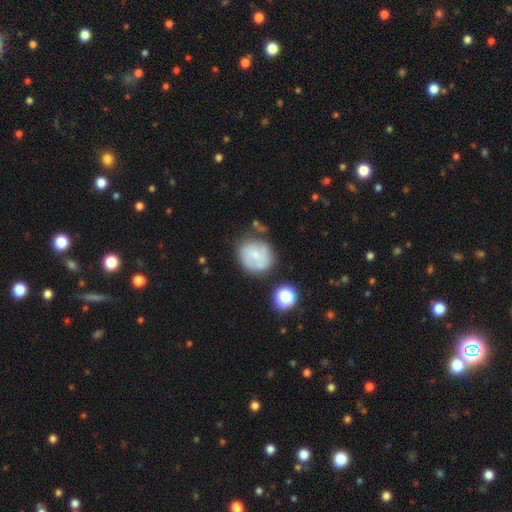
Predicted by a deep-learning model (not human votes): The model was most divided on "smooth or featured": featured or disk: 48%, smooth: 43%, star or artifact: 9%. More confident: merging — none (60%).